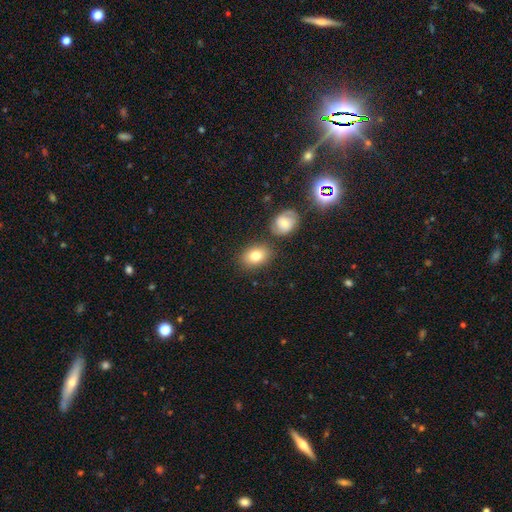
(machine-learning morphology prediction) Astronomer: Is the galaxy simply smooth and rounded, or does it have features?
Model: smooth — 79%.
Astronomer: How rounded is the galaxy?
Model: in between — 74%.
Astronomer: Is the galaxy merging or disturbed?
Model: none — 74%.